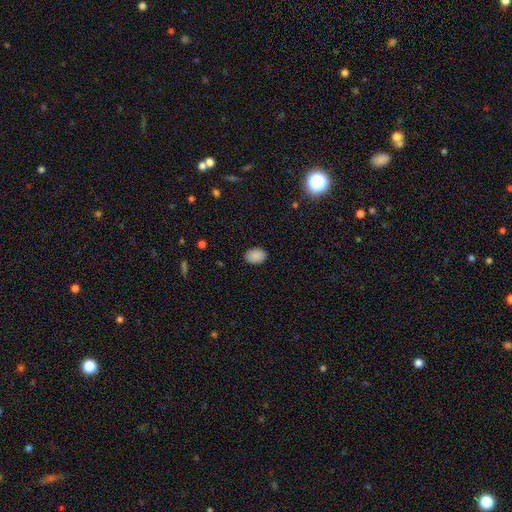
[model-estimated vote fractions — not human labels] A smooth galaxy with no disk features (88%) that is in between round and cigar-shaped (77%).

Vote fractions:
- Smooth or featured? smooth: 88% / star or artifact: 9% / featured or disk: 3%
- How rounded? in between: 77% / round: 22% / cigar-shaped: 1%
- Merging? none: 88% / minor disturbance: 9% / major disturbance: 2% / merger: 1%